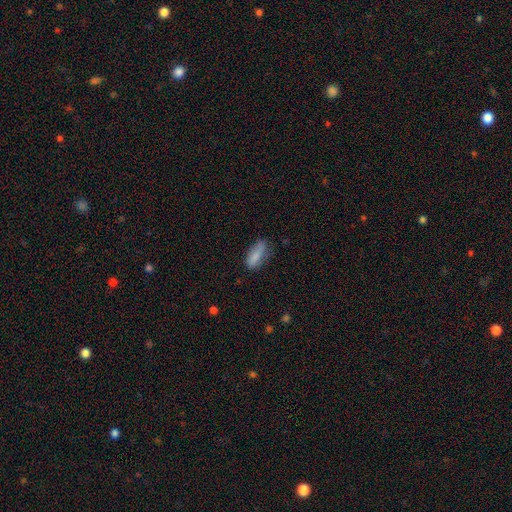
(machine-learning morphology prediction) Smooth or featured? Predicted: smooth (p=0.83). How rounded? Predicted: in between (p=0.74). Merging? Predicted: none (p=0.58).